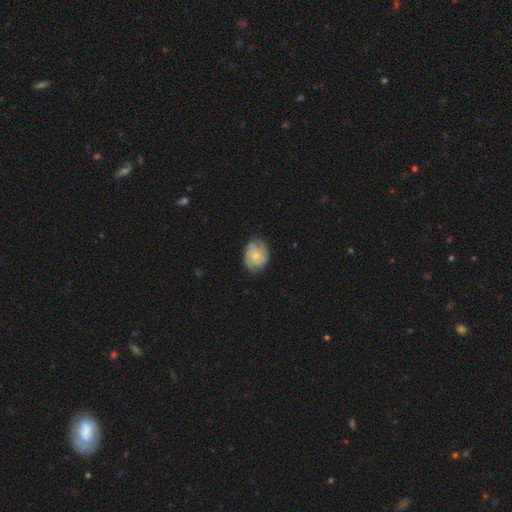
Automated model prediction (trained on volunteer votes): A featured or disk galaxy (71%) with no bar (72%), 3 (29%) tight (60%) spiral arms (93%) and a small central bulge (57%).

Vote fractions:
- Smooth or featured? featured or disk: 71% / smooth: 23% / star or artifact: 6%
- Edge-on disk? no: 98% / yes: 2%
- Bar? no: 72% / weak: 25% / strong: 3%
- Spiral arms? yes: 93% / no: 7%
- Spiral winding? tight: 60% / medium: 32% / loose: 8%
- Spiral arm count? 3: 29% / 2: 28% / can't tell: 26% / 4: 8% / 1: 4% / more than 4: 4%
- Bulge size? small: 57% / moderate: 37% / none: 4% / large: 2% / dominant: 1%
- Merging? none: 75% / minor disturbance: 19% / major disturbance: 5% / merger: 1%